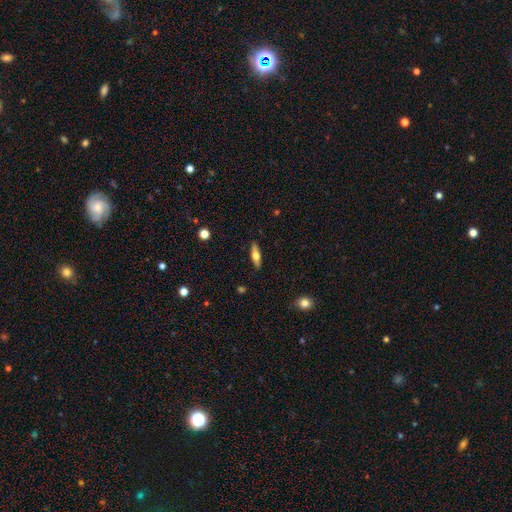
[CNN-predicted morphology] The model was most divided on "how rounded": cigar-shaped: 50%, in between: 47%, round: 3%. More confident: merging — none (88%); smooth or featured — smooth (54%).